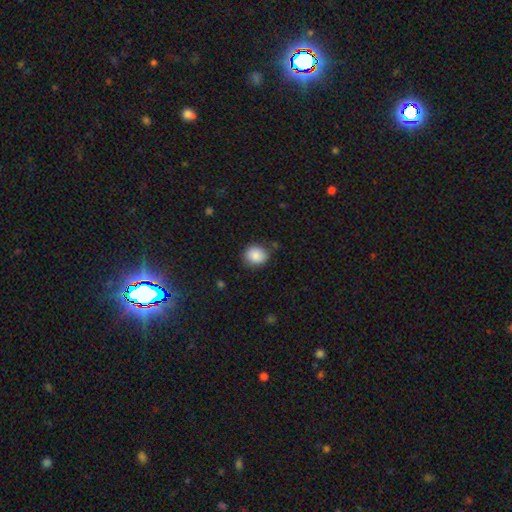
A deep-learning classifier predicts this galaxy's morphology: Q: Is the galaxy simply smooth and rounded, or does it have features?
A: smooth — 86%.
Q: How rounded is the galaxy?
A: round — 75%.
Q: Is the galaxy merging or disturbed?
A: none — 81%.